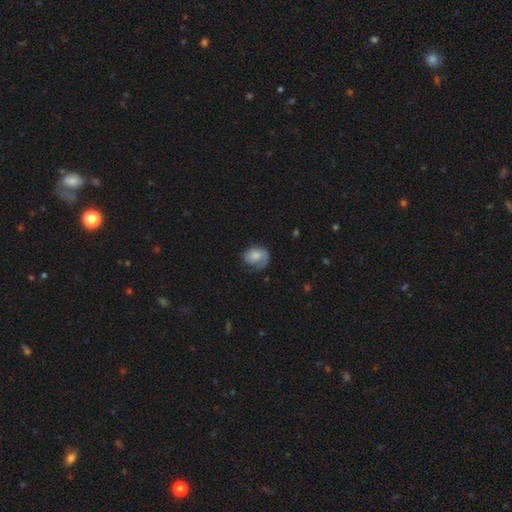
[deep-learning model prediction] Smooth or featured: smooth — 58% (featured or disk — 34%)
How rounded: in between — 50% (round — 49%)
Merging: none — 51% (minor disturbance — 28%)